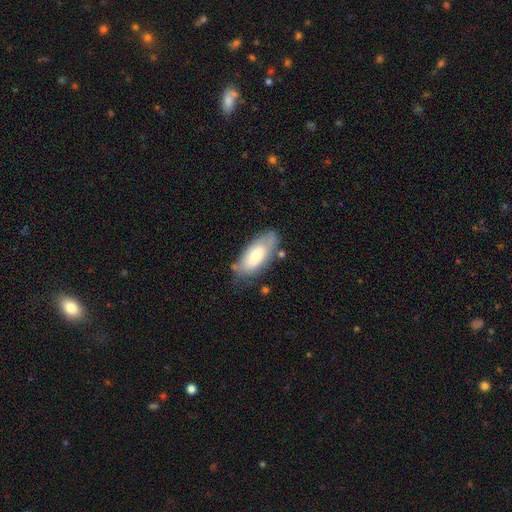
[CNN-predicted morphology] smooth-or-featured: smooth: 65% | featured or disk: 29% | star or artifact: 6%
  how-rounded: in between: 88% | cigar-shaped: 10% | round: 2%
  merging: none: 65% | minor disturbance: 23% | major disturbance: 7% | merger: 5%